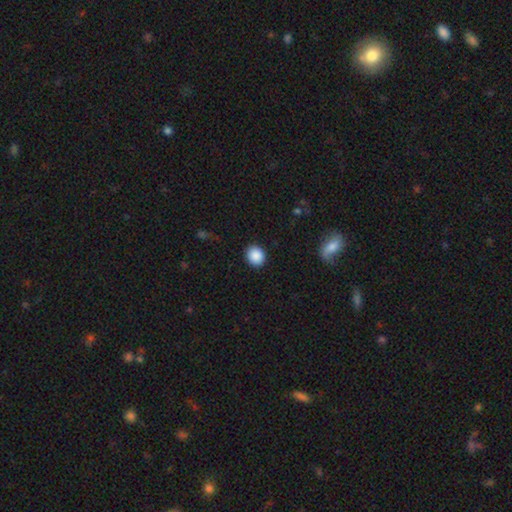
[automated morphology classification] Q: Smooth or featured?
A: smooth (89%); runner-up: star or artifact (8%)
Q: How rounded?
A: round (77%); runner-up: in between (22%)
Q: Merging?
A: none (91%); runner-up: minor disturbance (6%)